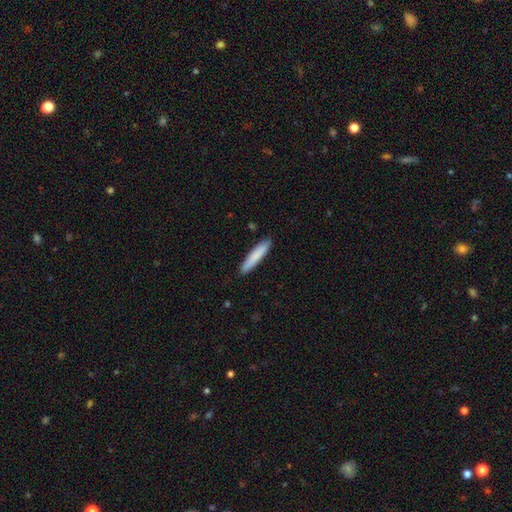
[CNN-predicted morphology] smooth-or-featured: smooth: 83% | featured or disk: 12% | star or artifact: 5%
  how-rounded: cigar-shaped: 90% | in between: 9% | round: 1%
  merging: none: 89% | minor disturbance: 8% | major disturbance: 2% | merger: 1%